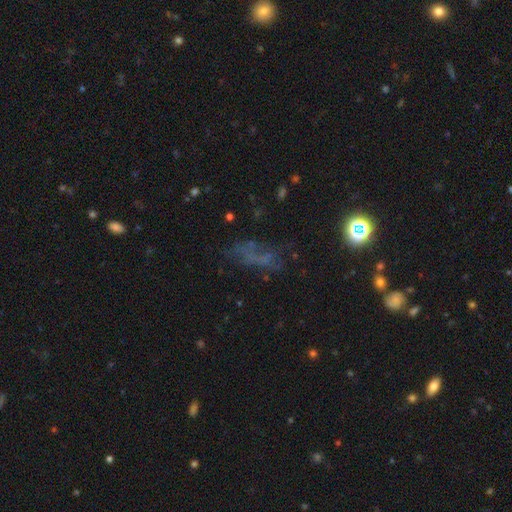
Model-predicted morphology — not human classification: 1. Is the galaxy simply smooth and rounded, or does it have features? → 34% smooth (tied), 34% star or artifact (tied), 31% featured or disk.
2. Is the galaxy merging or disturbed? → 52% none, 23% major disturbance, 19% minor disturbance, 6% merger.